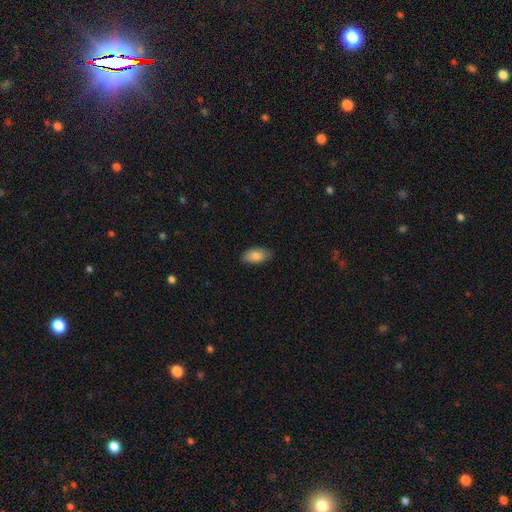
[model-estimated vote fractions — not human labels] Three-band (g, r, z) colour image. It shows a smooth galaxy with no disk features (83%) that is in between round and cigar-shaped (94%). Merging: none (84%).